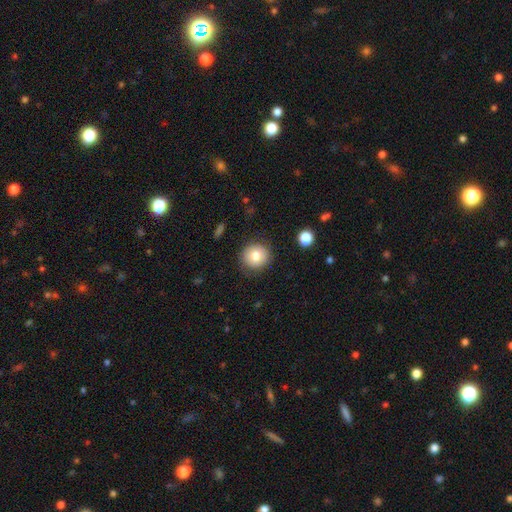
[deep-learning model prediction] smooth 78%, featured or disk 13%, star or artifact 10%. Down the decision tree: how rounded — round (91%); merging — none (86%).